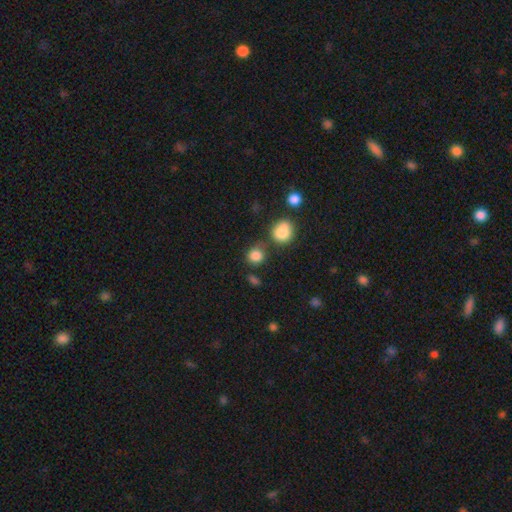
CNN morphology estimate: A smooth galaxy with no disk features (84%) that is round (81%). Merging: none (67%).